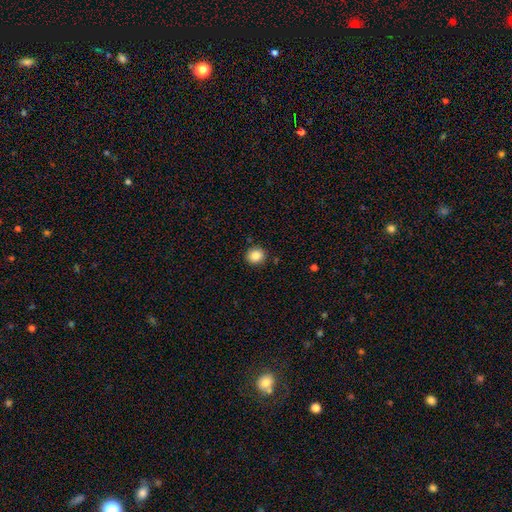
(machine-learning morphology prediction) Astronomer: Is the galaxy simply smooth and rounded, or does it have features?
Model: smooth — 85%.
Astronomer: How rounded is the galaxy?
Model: round — 83%.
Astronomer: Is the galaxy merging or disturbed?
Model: none — 89%.